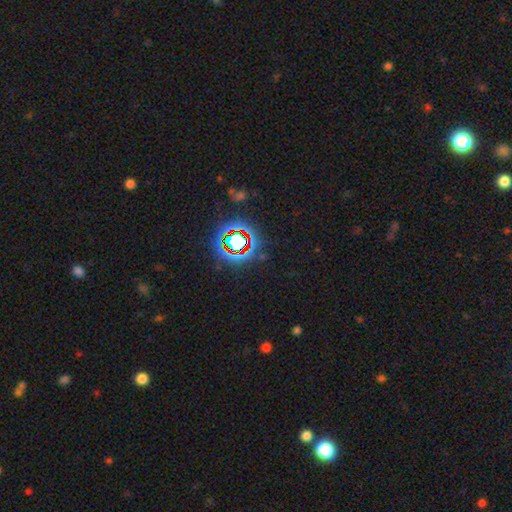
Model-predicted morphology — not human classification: Smooth or featured? star or artifact (67%)